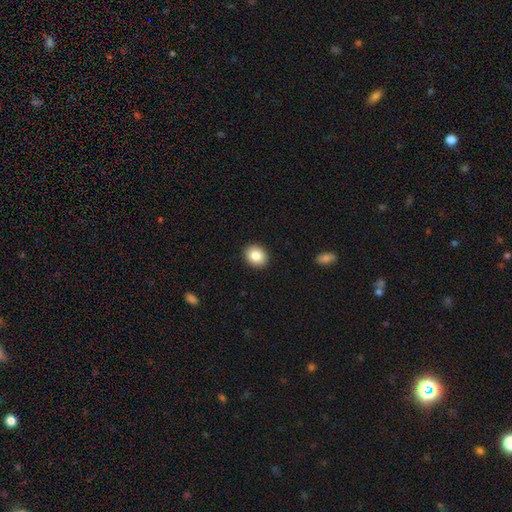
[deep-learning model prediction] This is clearly a smooth galaxy (85%). How rounded: possibly round (56%). Merging: clearly none (91%).